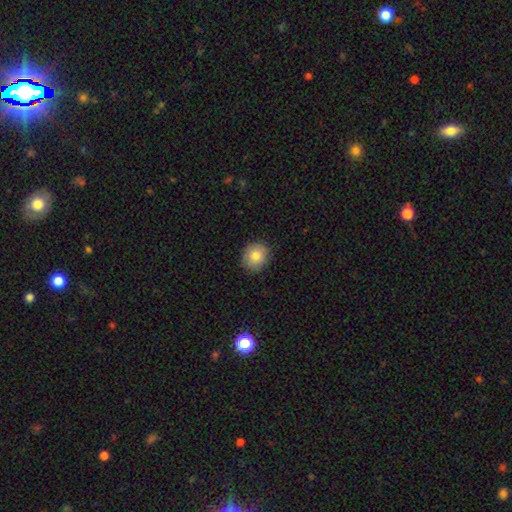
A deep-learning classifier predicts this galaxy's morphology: A smooth galaxy with no disk features (82%) that is round (74%).

Vote fractions:
- Smooth or featured? smooth: 82% / featured or disk: 9% / star or artifact: 9%
- How rounded? round: 74% / in between: 25% / cigar-shaped: 1%
- Merging? none: 89% / minor disturbance: 8% / major disturbance: 2% / merger: 1%